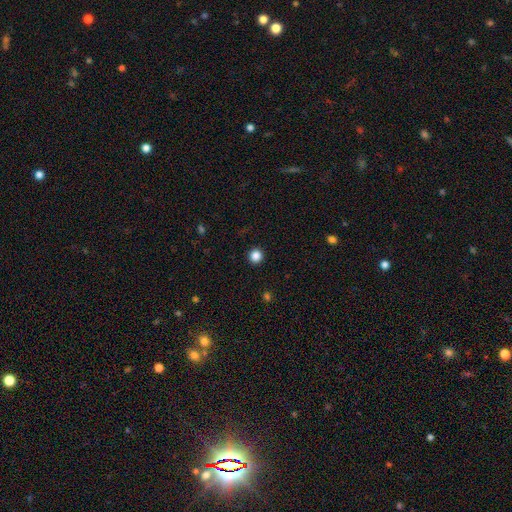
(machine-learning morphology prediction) smooth-or-featured: smooth: 86% | star or artifact: 11% | featured or disk: 3%
  how-rounded: round: 94% | in between: 5% | cigar-shaped: 1%
  merging: none: 93% | minor disturbance: 4% | major disturbance: 2% | merger: 1%